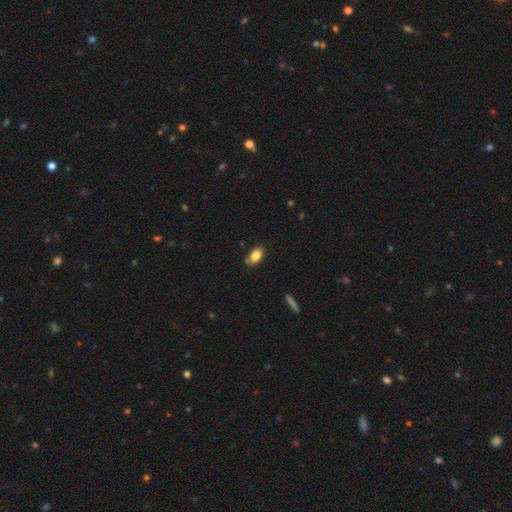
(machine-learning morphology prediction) Smooth or featured: smooth — 84% (featured or disk — 9%)
How rounded: in between — 90% (round — 6%)
Merging: none — 76% (minor disturbance — 19%)